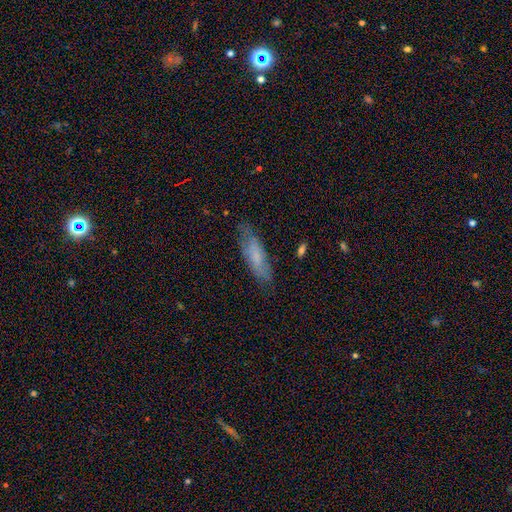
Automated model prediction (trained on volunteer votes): The model was most divided on "how rounded": cigar-shaped: 52%, in between: 46%, round: 2%. More confident: merging — none (72%); smooth or featured — smooth (63%).